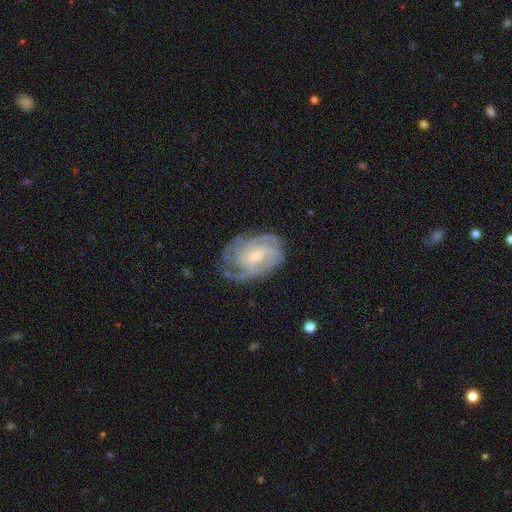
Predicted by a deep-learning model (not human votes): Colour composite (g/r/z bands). It shows a featured or disk galaxy (85%) with no bar (50%), tight (64%) spiral arms (96%) and a small central bulge (70%). Merging: none (72%).